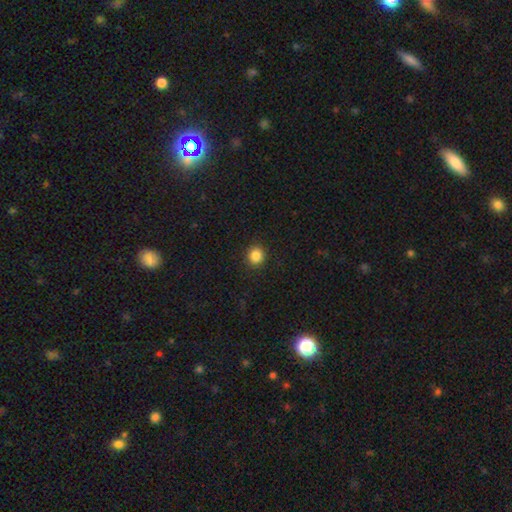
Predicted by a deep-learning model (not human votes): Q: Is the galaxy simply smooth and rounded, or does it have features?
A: smooth — 86%.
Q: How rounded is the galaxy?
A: round — 87%.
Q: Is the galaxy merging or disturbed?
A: none — 92%.